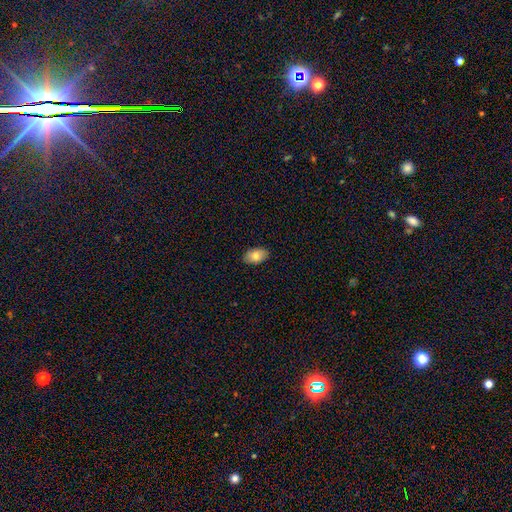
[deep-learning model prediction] A smooth galaxy with no disk features (81%) that is in between round and cigar-shaped (92%).

Vote fractions:
- Smooth or featured? smooth: 81% / featured or disk: 12% / star or artifact: 7%
- How rounded? in between: 92% / round: 6% / cigar-shaped: 1%
- Merging? none: 88% / minor disturbance: 9% / major disturbance: 2% / merger: 1%